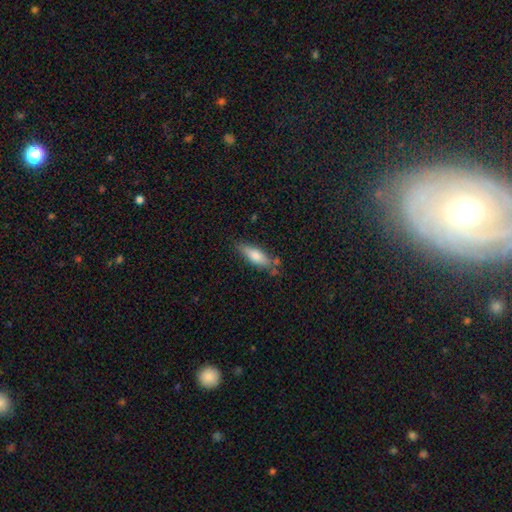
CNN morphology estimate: Smooth or featured?
  - smooth: 77% *
  - featured or disk: 17%
  - star or artifact: 6%
How rounded?
  - in between: 52% *
  - cigar-shaped: 46%
  - round: 2%
Merging?
  - none: 68% *
  - minor disturbance: 20%
  - merger: 7%
  - major disturbance: 5%